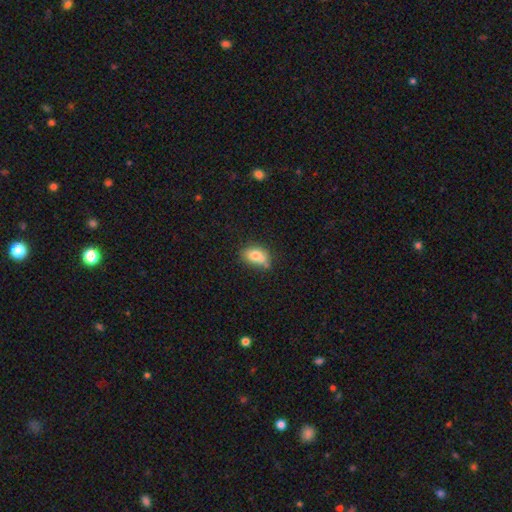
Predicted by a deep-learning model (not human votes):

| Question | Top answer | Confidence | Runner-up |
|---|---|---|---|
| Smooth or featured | smooth | 74% | featured or disk (17%) |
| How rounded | in between | 75% | round (23%) |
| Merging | none | 41% | merger (31%) |